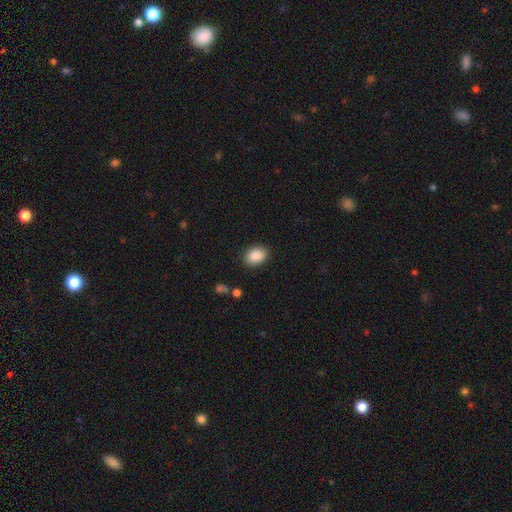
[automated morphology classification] type=smooth (89%); roundness=in between (78%); merging=none (87%).